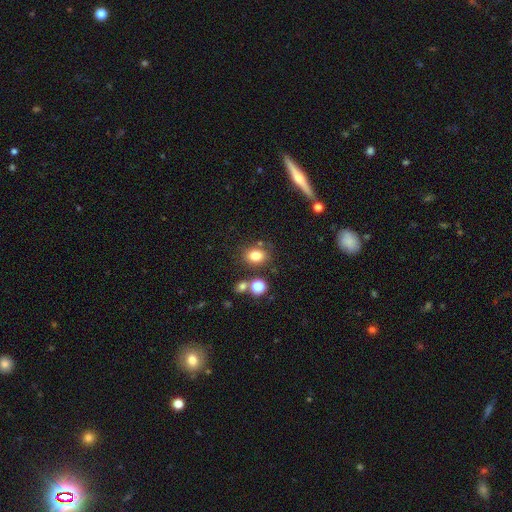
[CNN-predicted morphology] This appears to be a smooth galaxy with no disk features (79%) that is in between round and cigar-shaped (57%). Merging: none (73%).